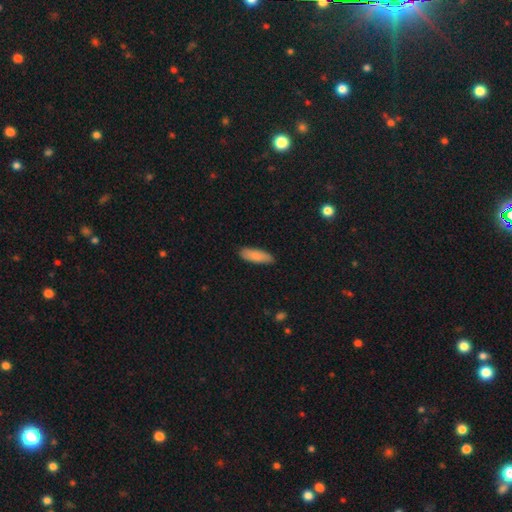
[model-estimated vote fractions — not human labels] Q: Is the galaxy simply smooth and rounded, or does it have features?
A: smooth — 87%.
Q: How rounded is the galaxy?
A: in between — 55%.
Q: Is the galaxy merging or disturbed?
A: none — 86%.